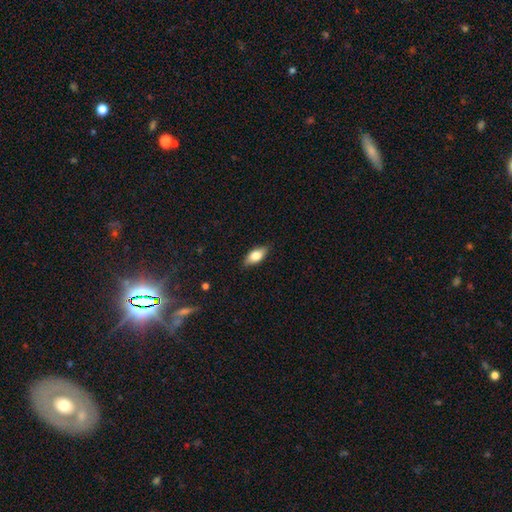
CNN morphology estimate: smooth-or-featured: smooth: 75% | featured or disk: 19% | star or artifact: 6%
  how-rounded: in between: 86% | cigar-shaped: 11% | round: 3%
  merging: none: 85% | minor disturbance: 12% | major disturbance: 2% | merger: 1%